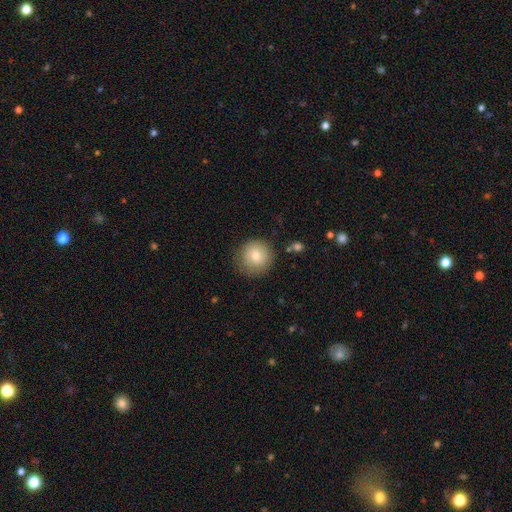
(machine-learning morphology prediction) The model was most divided on "smooth or featured": smooth: 76%, featured or disk: 16%, star or artifact: 8%. More confident: how rounded — round (93%); merging — none (82%).